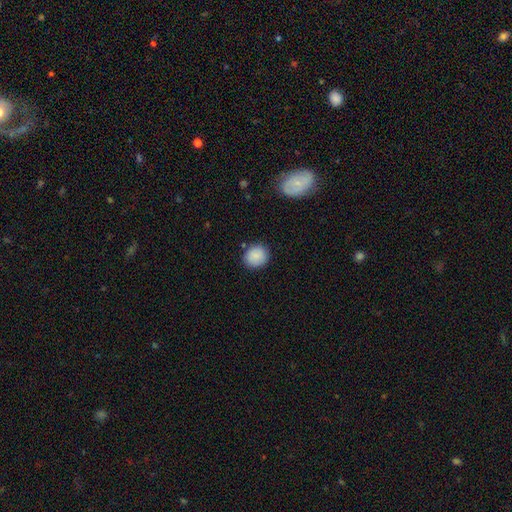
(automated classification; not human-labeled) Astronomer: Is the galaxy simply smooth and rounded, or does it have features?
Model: smooth — 88%.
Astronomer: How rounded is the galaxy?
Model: round — 78%.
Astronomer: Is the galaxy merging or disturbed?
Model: none — 86%.